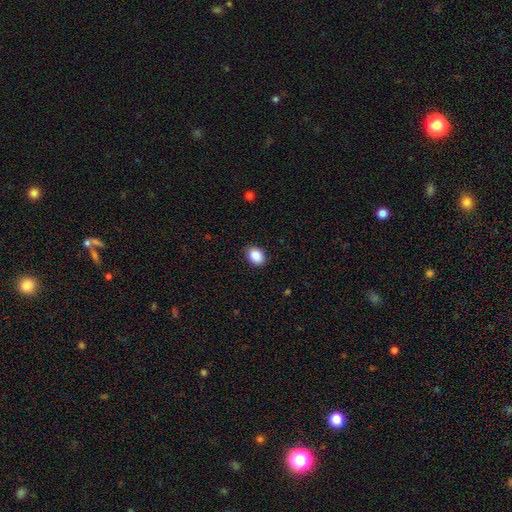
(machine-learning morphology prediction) Smooth or featured?
  - smooth: 89% *
  - star or artifact: 8%
  - featured or disk: 3%
How rounded?
  - in between: 70% *
  - round: 29%
  - cigar-shaped: 1%
Merging?
  - none: 86% *
  - minor disturbance: 10%
  - major disturbance: 2%
  - merger: 1%